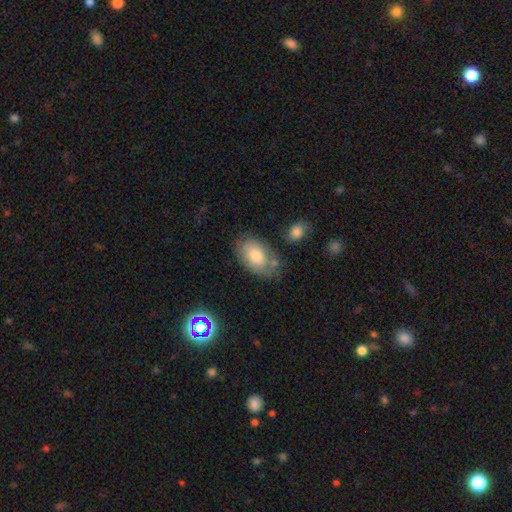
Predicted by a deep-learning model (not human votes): A smooth galaxy with no disk features (74%) that is in between round and cigar-shaped (90%). Merging: none (63%).